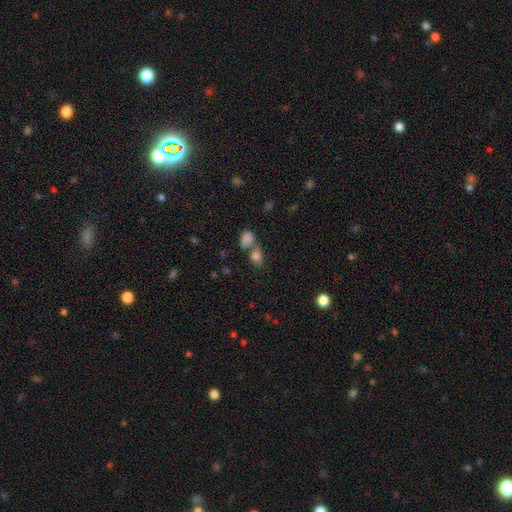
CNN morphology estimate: The model was most divided on "smooth or featured": star or artifact: 57%, smooth: 30%, featured or disk: 13%.